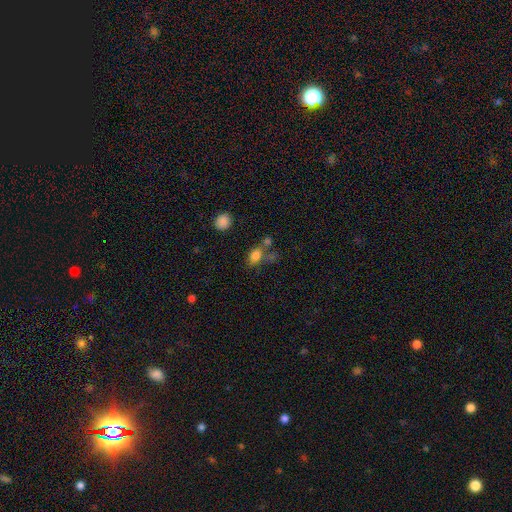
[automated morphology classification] smooth-or-featured: smooth: 79% | star or artifact: 12% | featured or disk: 9%
  how-rounded: in between: 80% | round: 16% | cigar-shaped: 4%
  merging: none: 45% | merger: 28% | minor disturbance: 17% | major disturbance: 10%